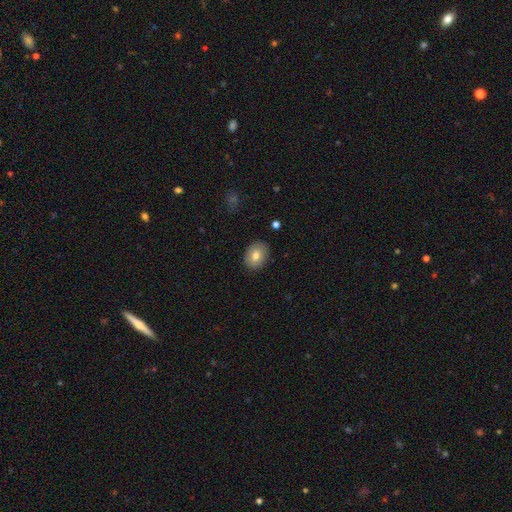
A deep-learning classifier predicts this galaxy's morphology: Smooth or featured?
  - smooth: 78% *
  - featured or disk: 14%
  - star or artifact: 8%
How rounded?
  - in between: 64% *
  - round: 35%
  - cigar-shaped: 1%
Merging?
  - none: 87% *
  - minor disturbance: 10%
  - major disturbance: 2%
  - merger: 1%